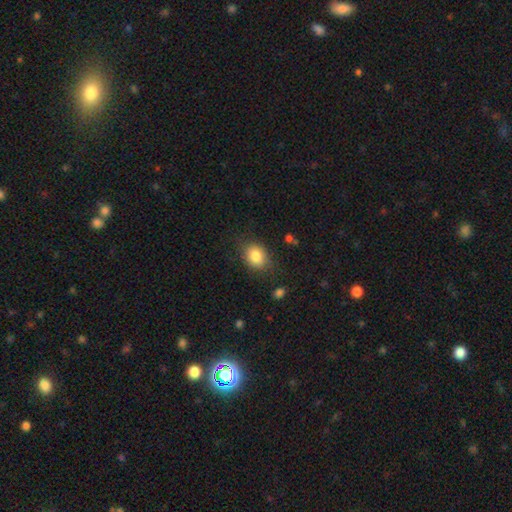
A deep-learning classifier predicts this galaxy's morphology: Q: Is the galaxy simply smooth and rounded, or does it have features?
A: smooth — 83%.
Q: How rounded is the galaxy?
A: in between — 56%.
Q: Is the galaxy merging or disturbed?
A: none — 78%.